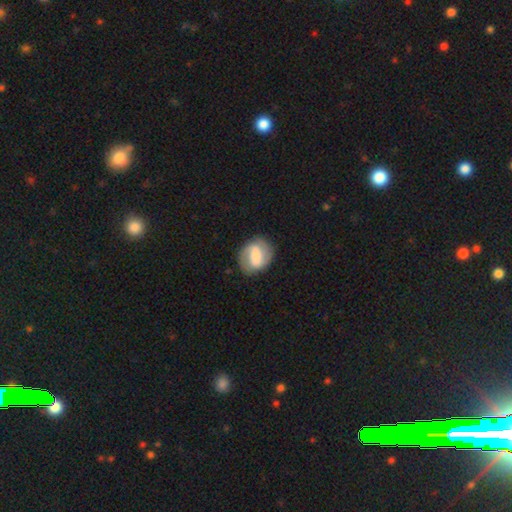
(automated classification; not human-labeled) The model was most divided on "smooth or featured": featured or disk: 49%, smooth: 45%, star or artifact: 7%. More confident: merging — none (76%).